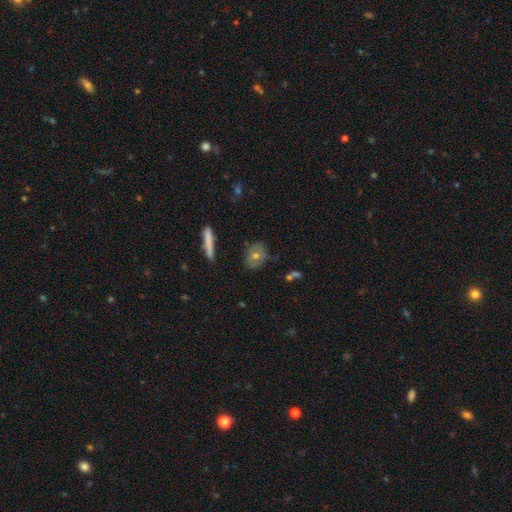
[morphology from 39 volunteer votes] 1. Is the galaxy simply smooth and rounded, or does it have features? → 49% smooth (tied), 49% featured or disk (tied), 3% star or artifact.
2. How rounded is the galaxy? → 47% round (tied), 47% in between (tied), 5% cigar-shaped.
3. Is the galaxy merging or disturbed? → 89% none, 8% minor disturbance, 3% major disturbance, 0% merger.